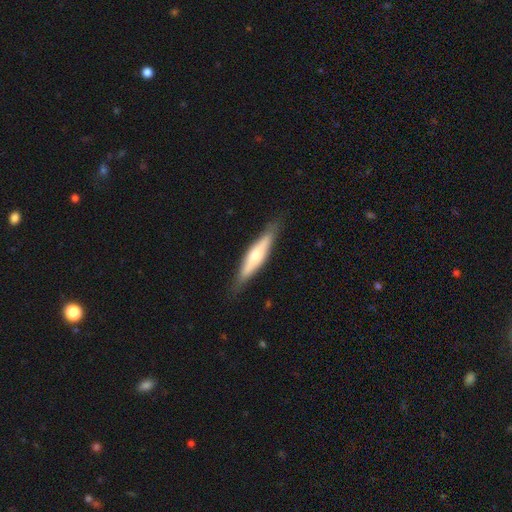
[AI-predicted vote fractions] smooth_or_featured: featured or disk (p=0.49) [alt: smooth p=0.45]
merging: none (p=0.83) [alt: minor disturbance p=0.13]